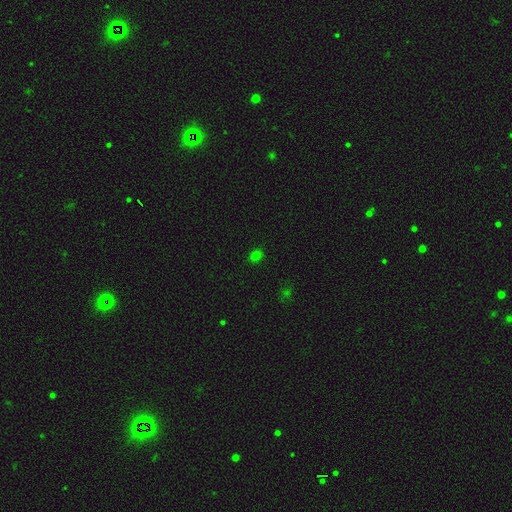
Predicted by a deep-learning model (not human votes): This appears to be a smooth galaxy with no disk features (75%) that is round (69%). Merging: none (89%).